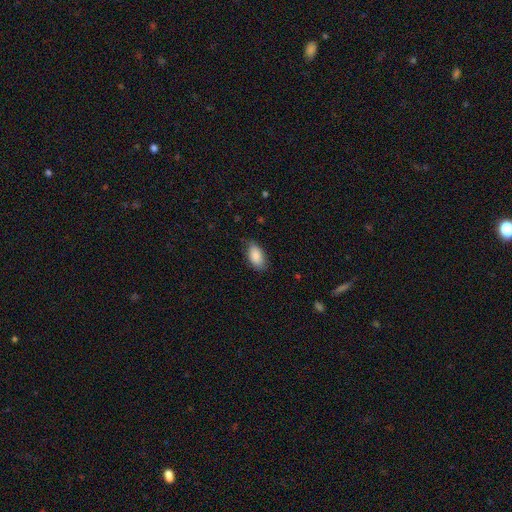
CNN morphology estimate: smooth 88%, star or artifact 6%, featured or disk 6%. Down the decision tree: how rounded — in between (93%); merging — none (74%).